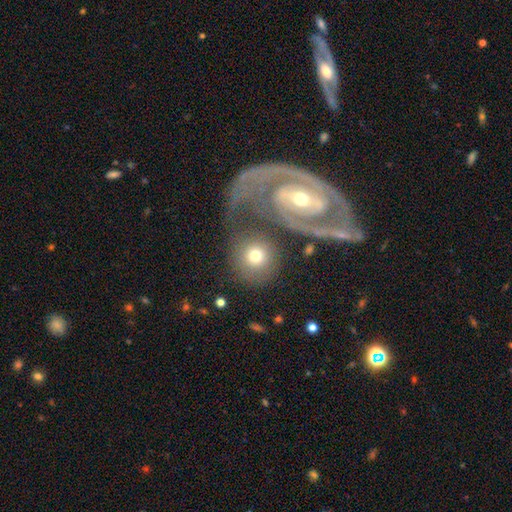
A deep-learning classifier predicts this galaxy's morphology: smooth_or_featured: smooth (p=0.66) [alt: featured or disk p=0.25]
how_rounded: round (p=0.86) [alt: in between p=0.12]
merging: none (p=0.60) [alt: merger p=0.21]